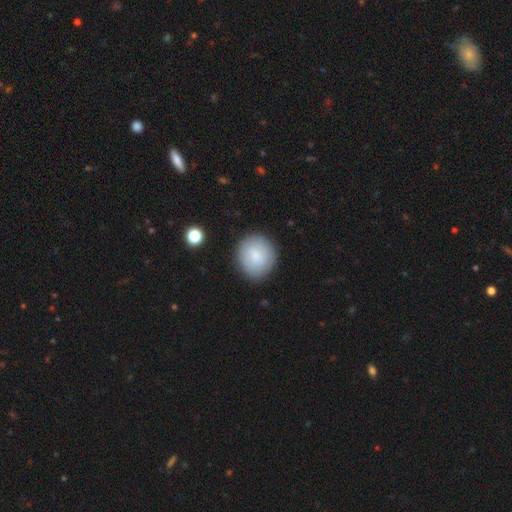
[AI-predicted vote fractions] Overall: smooth (79%). How rounded: round (80%). Merging: none (85%).